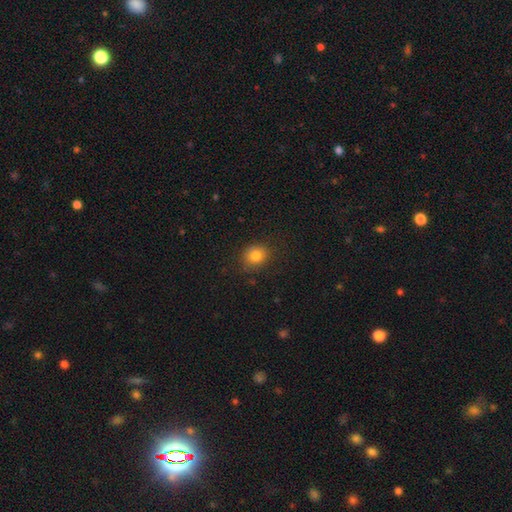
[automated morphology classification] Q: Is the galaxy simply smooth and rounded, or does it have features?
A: smooth — 83%.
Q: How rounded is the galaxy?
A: round — 71%.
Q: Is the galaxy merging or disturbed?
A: none — 82%.